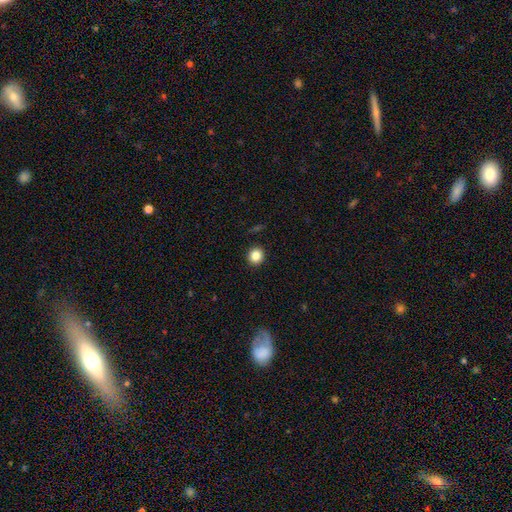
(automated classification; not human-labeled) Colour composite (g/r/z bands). It shows a smooth galaxy with no disk features (85%) that is round (90%). Merging: none (92%).